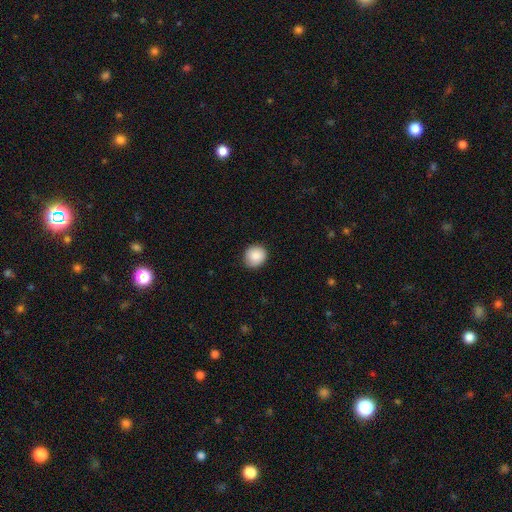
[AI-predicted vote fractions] The model was most divided on "how rounded": round: 85%, in between: 14%, cigar-shaped: 1%. More confident: smooth or featured — smooth (88%); merging — none (87%).